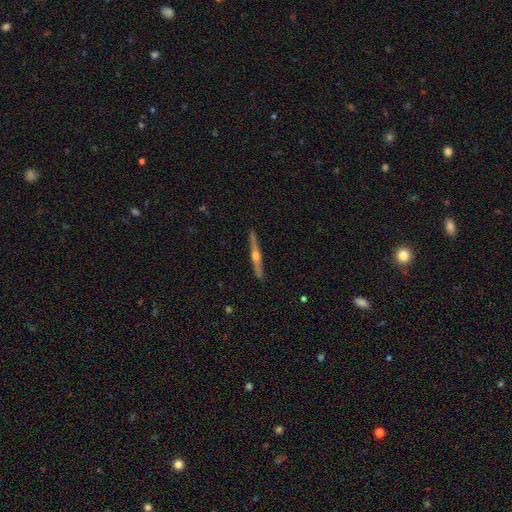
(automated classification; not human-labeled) smooth_or_featured: featured or disk (p=0.78) [alt: smooth p=0.17]
disk_edge_on: yes (p=0.98) [alt: no p=0.02]
edge_on_bulge: rounded (p=0.93) [alt: none p=0.04]
merging: none (p=0.91) [alt: minor disturbance p=0.06]